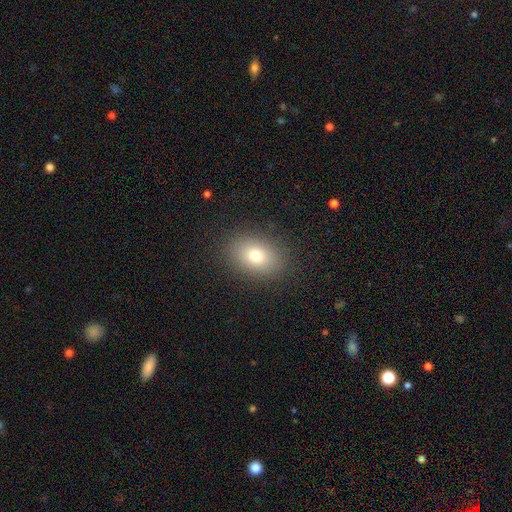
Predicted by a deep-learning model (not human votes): Smooth or featured? smooth (78%)
How rounded? in between (77%)
Merging? none (88%)